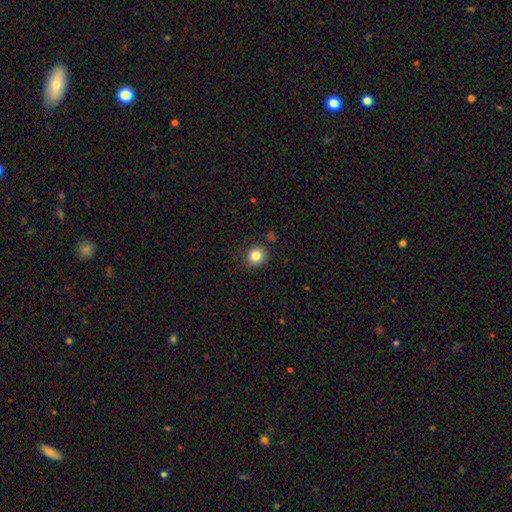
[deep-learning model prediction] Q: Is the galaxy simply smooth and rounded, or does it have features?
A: smooth — 84%.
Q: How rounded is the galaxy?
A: round — 80%.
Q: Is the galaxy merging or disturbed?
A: none — 83%.